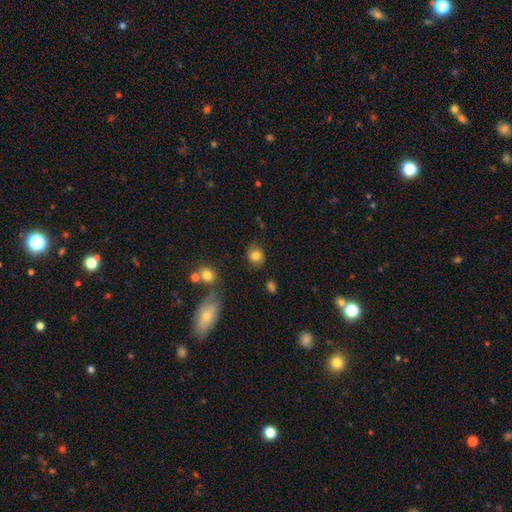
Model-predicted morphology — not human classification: smooth_or_featured: smooth (p=0.81) [alt: star or artifact p=0.10]
how_rounded: round (p=0.71) [alt: in between p=0.28]
merging: none (p=0.80) [alt: minor disturbance p=0.14]